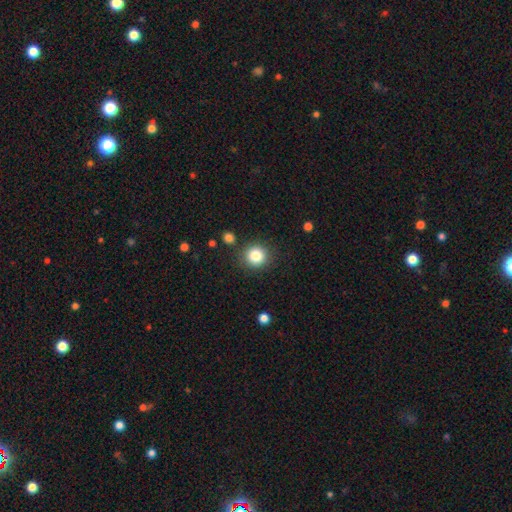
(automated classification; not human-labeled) Smooth or featured? Predicted: smooth (p=0.83). How rounded? Predicted: round (p=0.92). Merging? Predicted: none (p=0.87).